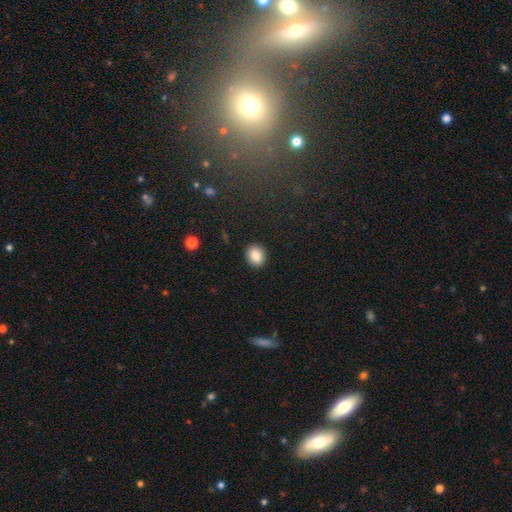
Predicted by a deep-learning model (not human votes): A smooth galaxy with no disk features (86%) that is round (60%).

Vote fractions:
- Smooth or featured? smooth: 86% / star or artifact: 8% / featured or disk: 6%
- How rounded? round: 60% / in between: 39% / cigar-shaped: 1%
- Merging? none: 90% / minor disturbance: 7% / major disturbance: 2% / merger: 1%